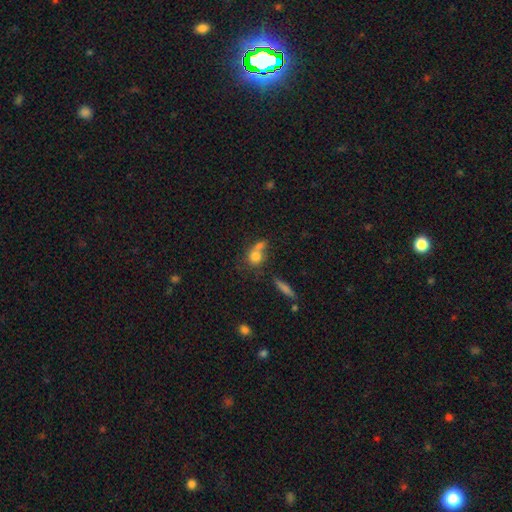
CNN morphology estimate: Smooth or featured?
  - smooth: 76% *
  - featured or disk: 14%
  - star or artifact: 10%
How rounded?
  - round: 66% *
  - in between: 30%
  - cigar-shaped: 4%
Merging?
  - merger: 46% *
  - none: 38%
  - minor disturbance: 10%
  - major disturbance: 6%